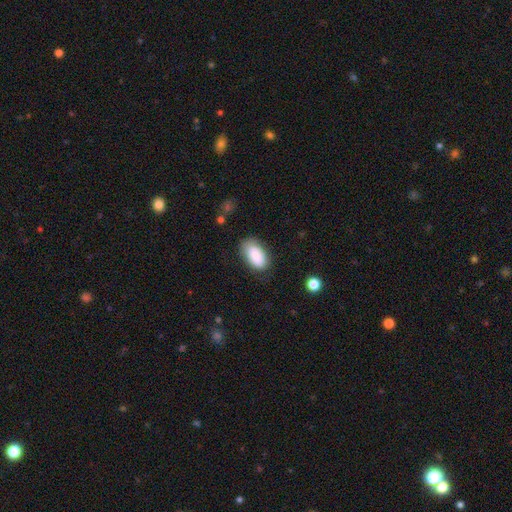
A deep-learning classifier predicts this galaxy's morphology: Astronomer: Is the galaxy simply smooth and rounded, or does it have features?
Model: smooth — 88%.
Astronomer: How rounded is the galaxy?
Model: in between — 95%.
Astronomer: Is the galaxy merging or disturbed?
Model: none — 77%.